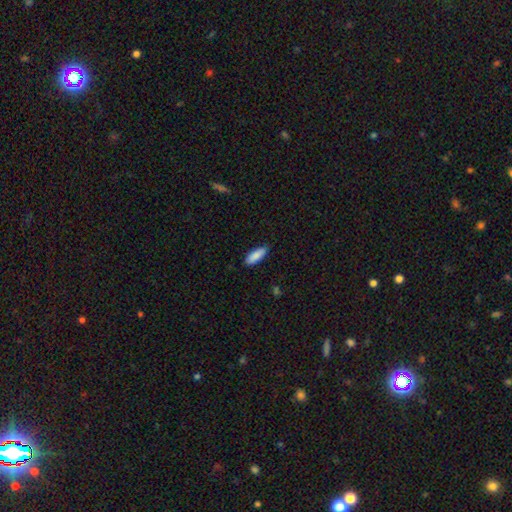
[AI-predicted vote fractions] Overall: smooth (88%). How rounded: in between (66%; cigar-shaped 33%). Merging: none (86%).